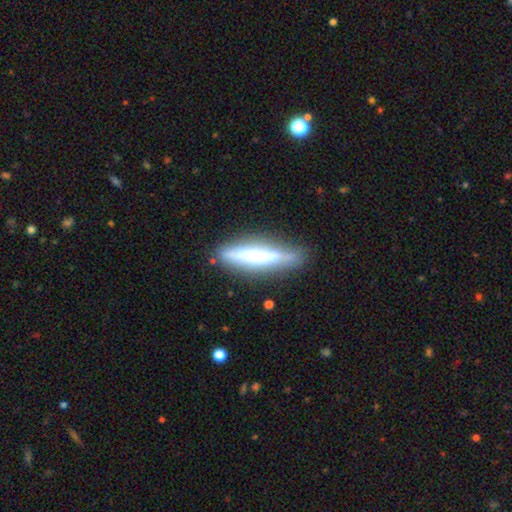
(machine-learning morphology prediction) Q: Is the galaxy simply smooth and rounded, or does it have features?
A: featured or disk — 52%.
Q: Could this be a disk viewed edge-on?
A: yes — 85%.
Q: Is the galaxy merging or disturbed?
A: none — 78%.